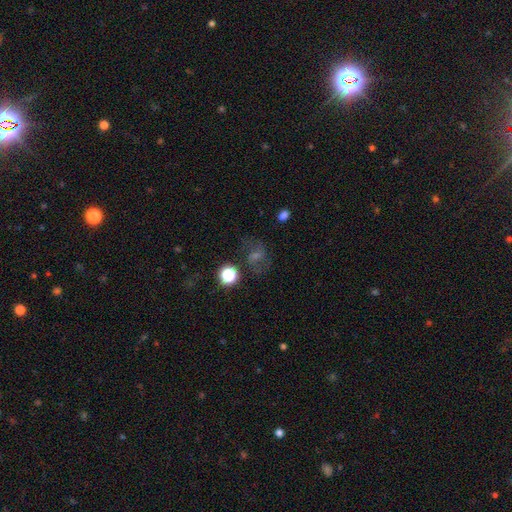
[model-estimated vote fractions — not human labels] Smooth or featured? featured or disk (40%)
Merging? none (69%)